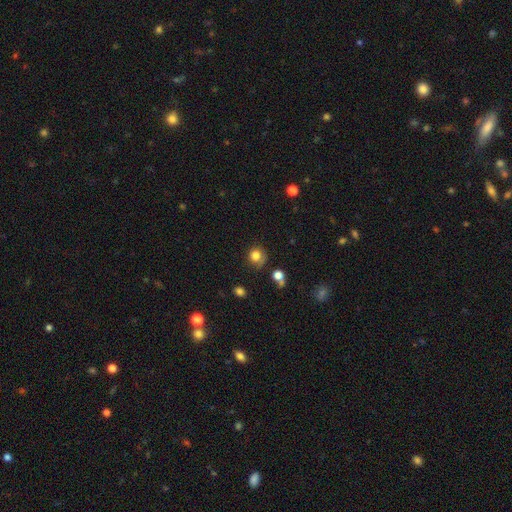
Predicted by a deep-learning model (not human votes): Q: Smooth or featured?
A: smooth (79%); runner-up: star or artifact (13%)
Q: How rounded?
A: round (84%); runner-up: in between (15%)
Q: Merging?
A: none (65%); runner-up: minor disturbance (22%)